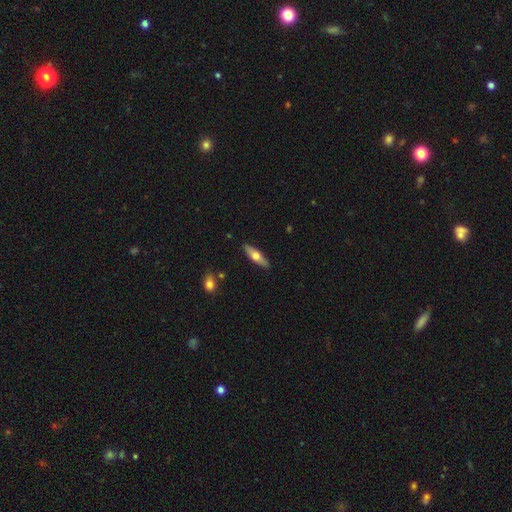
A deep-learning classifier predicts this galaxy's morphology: Overall: smooth (54%; featured or disk 40%). How rounded: cigar-shaped (57%; in between 40%). Merging: none (88%).